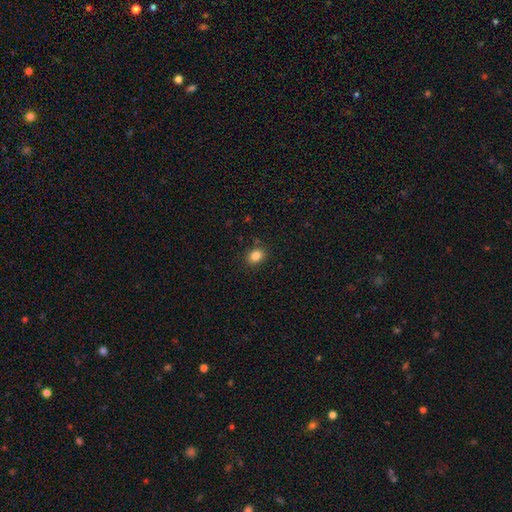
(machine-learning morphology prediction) Smooth or featured? Predicted: smooth (p=0.84). How rounded? Predicted: round (p=0.54). Merging? Predicted: none (p=0.86).